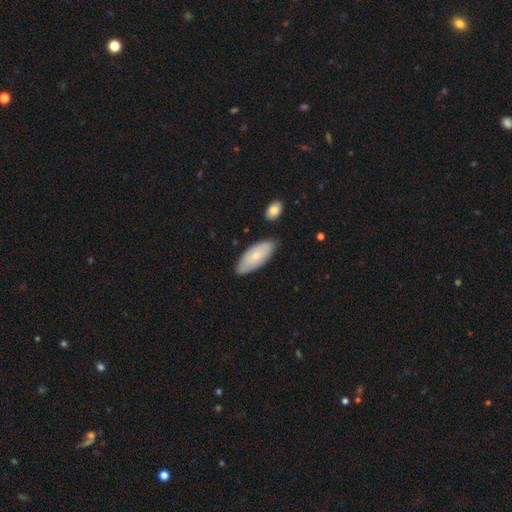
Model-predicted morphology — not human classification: Smooth or featured: smooth — 66% (featured or disk — 28%)
How rounded: in between — 87% (cigar-shaped — 12%)
Merging: none — 78% (minor disturbance — 16%)